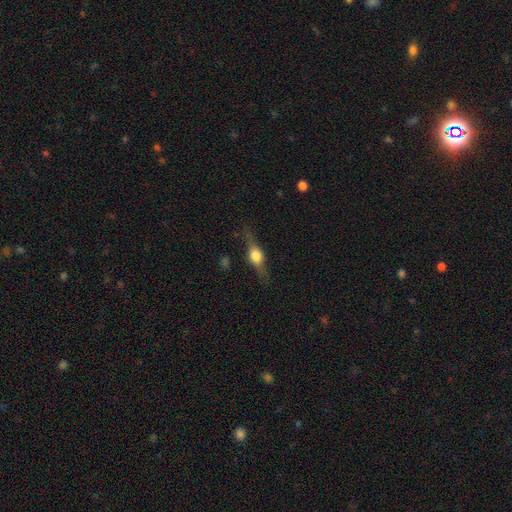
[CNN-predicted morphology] smooth_or_featured: featured or disk (p=0.57) [alt: smooth p=0.35]
disk_edge_on: yes (p=0.92) [alt: no p=0.08]
edge_on_bulge: rounded (p=0.94) [alt: boxy p=0.05]
merging: none (p=0.75) [alt: minor disturbance p=0.17]